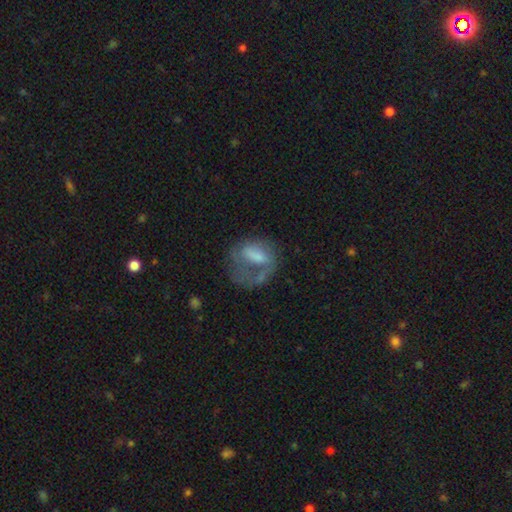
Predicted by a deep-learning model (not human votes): This appears to be a featured or disk galaxy (51%). Merging: major disturbance (44%).